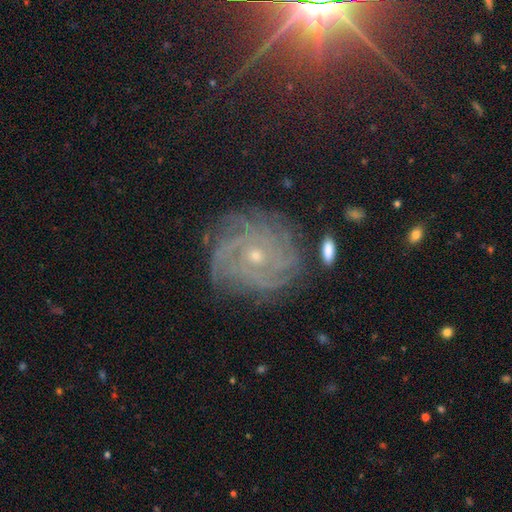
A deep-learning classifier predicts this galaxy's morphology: This is likely a featured or disk galaxy (78%). It is clearly not viewed edge-on (97%). Bar: likely no (73%). Spiral arm pattern: clearly yes (97%). Spiral arm count: marginally can't tell (28%). Spiral winding: likely tight (78%). Central bulge: likely small (68%). Merging: likely none (80%).